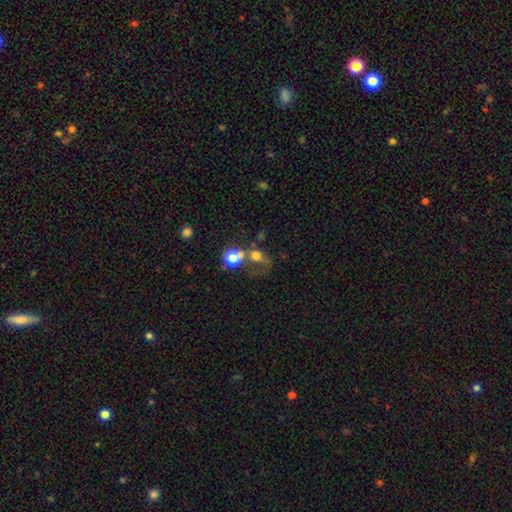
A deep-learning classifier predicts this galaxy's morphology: smooth_or_featured: smooth (p=0.62) [alt: featured or disk p=0.24]
how_rounded: round (p=0.61) [alt: in between p=0.37]
merging: merger (p=0.59) [alt: none p=0.19]